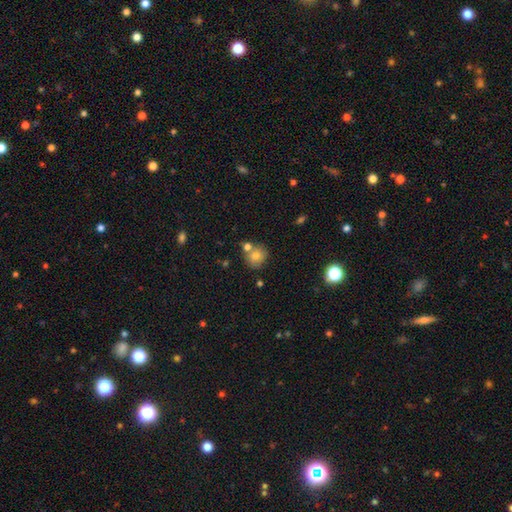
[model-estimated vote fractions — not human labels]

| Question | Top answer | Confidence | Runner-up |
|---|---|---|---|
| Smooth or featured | smooth | 77% | featured or disk (12%) |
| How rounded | round | 80% | in between (19%) |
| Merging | none | 61% | merger (23%) |